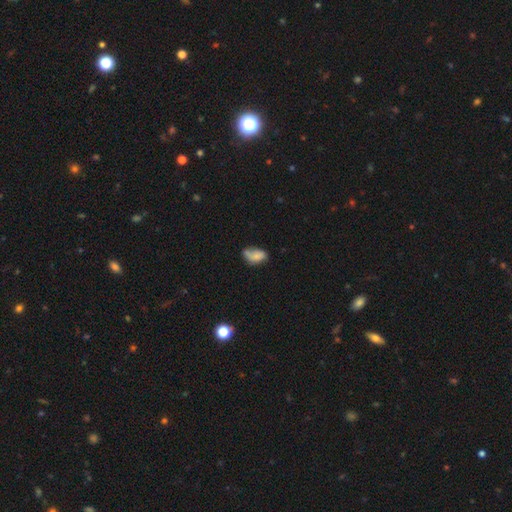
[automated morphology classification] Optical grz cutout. It shows a smooth galaxy with no disk features (66%) that is in between round and cigar-shaped (89%). Merging: none (39%).